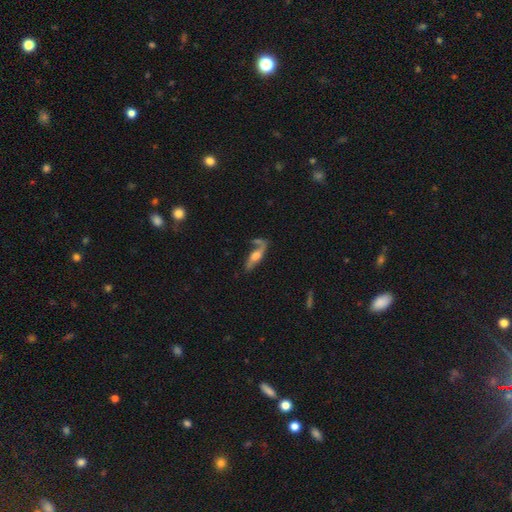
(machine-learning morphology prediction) A featured or disk galaxy (63%).

Vote fractions:
- Smooth or featured? featured or disk: 63% / smooth: 30% / star or artifact: 7%
- Edge-on disk? no: 59% / yes: 41%
- Merging? none: 50% / minor disturbance: 19% / major disturbance: 18% / merger: 13%